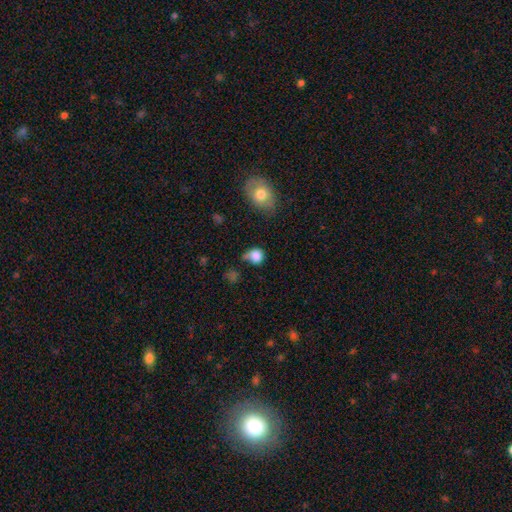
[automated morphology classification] A smooth galaxy with no disk features (82%) that is round (74%).

Vote fractions:
- Smooth or featured? smooth: 82% / star or artifact: 10% / featured or disk: 8%
- How rounded? round: 74% / in between: 25% / cigar-shaped: 1%
- Merging? none: 44% / minor disturbance: 30% / major disturbance: 16% / merger: 10%